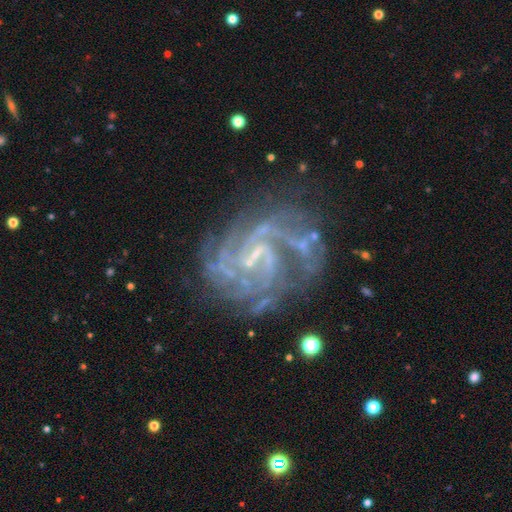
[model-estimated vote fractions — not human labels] Morphology: type=featured or disk (87%); edge-on=no (98%); bar=weak (51%); spiral arms=yes (96%); winding=tight (49%); arm count=can't tell (24%); bulge=small (58%); merging=none (64%).